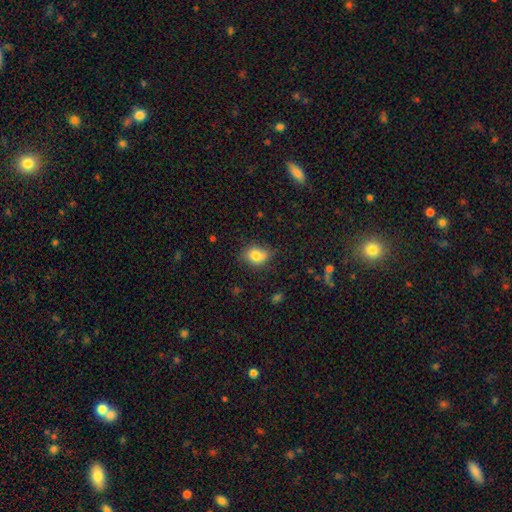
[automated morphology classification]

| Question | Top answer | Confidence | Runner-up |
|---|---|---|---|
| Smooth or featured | smooth | 79% | featured or disk (11%) |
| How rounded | round | 51% | in between (47%) |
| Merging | none | 64% | minor disturbance (27%) |